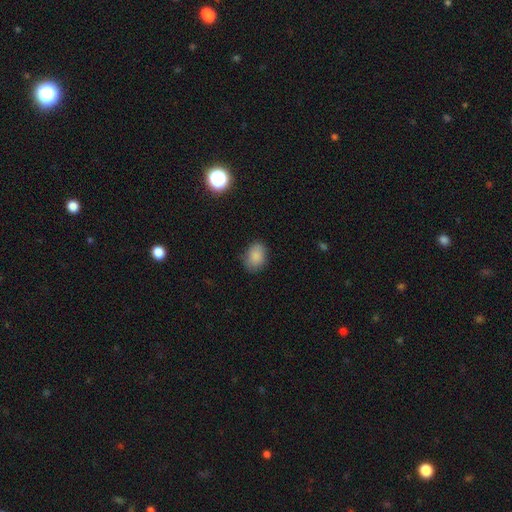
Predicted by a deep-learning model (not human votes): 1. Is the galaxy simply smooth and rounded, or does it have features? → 86% smooth, 9% star or artifact, 5% featured or disk.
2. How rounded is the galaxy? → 64% in between, 35% round, 1% cigar-shaped.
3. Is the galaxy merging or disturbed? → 77% none, 18% minor disturbance, 4% major disturbance, 1% merger.